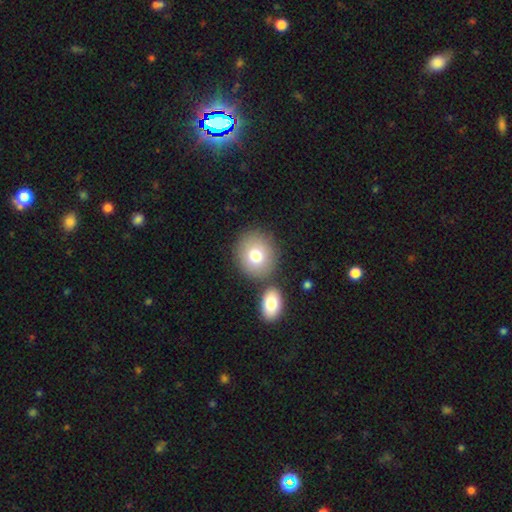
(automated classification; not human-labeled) smooth 77%, featured or disk 14%, star or artifact 9%. Down the decision tree: how rounded — round (71%); merging — none (69%).